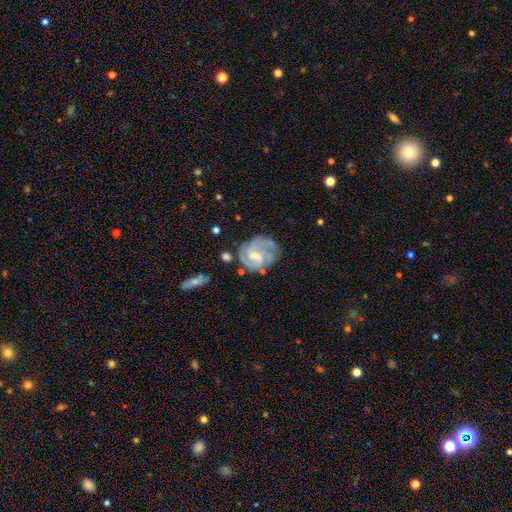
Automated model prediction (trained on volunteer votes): Morphology: type=featured or disk (79%); edge-on=no (98%); bar=weak (53%); spiral arms=yes (91%); winding=tight (48%); arm count=2 (35%); bulge=moderate (40%); merging=none (60%).